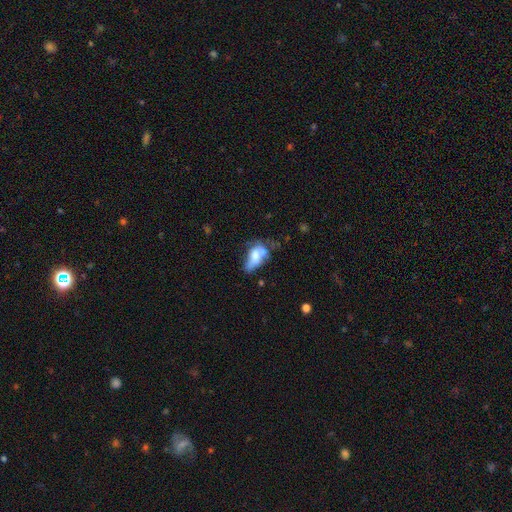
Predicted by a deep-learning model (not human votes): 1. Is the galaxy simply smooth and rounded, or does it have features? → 56% smooth, 34% featured or disk, 10% star or artifact.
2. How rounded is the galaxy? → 86% in between, 8% round, 7% cigar-shaped.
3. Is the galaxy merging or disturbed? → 27% major disturbance, 25% merger, 25% minor disturbance, 23% none.